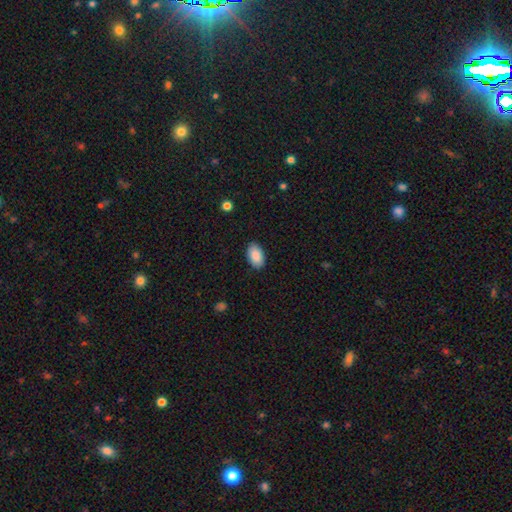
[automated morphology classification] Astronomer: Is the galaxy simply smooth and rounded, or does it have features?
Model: smooth — 89%.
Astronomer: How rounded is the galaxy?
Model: in between — 94%.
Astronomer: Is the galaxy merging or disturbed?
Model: none — 89%.